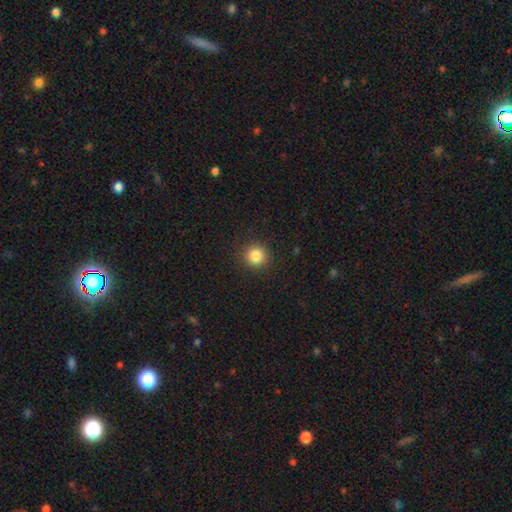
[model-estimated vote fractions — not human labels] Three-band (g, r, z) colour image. It shows a smooth galaxy with no disk features (84%) that is round (94%). Merging: none (91%).